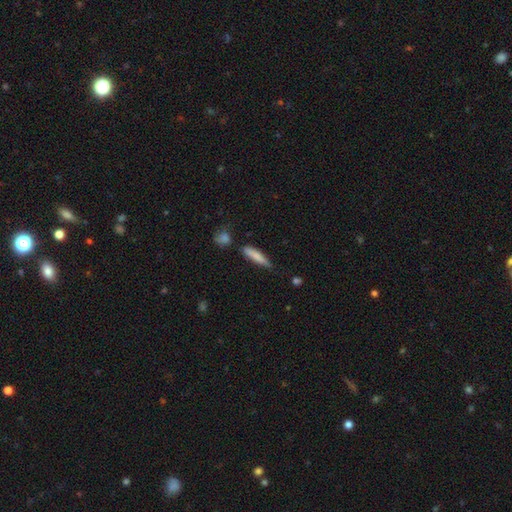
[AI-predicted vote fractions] A smooth galaxy with no disk features (77%) that is cigar-shaped (83%).

Vote fractions:
- Smooth or featured? smooth: 77% / featured or disk: 16% / star or artifact: 6%
- How rounded? cigar-shaped: 83% / in between: 15% / round: 2%
- Merging? none: 68% / minor disturbance: 22% / merger: 6% / major disturbance: 4%